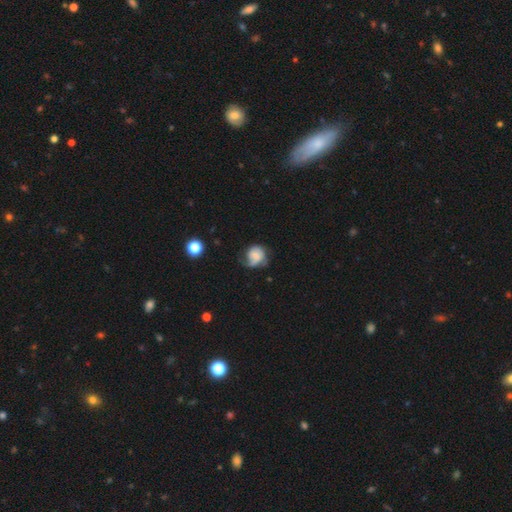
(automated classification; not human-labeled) Q: Smooth or featured?
A: smooth (49%); runner-up: featured or disk (42%)
Q: Merging?
A: none (40%); runner-up: minor disturbance (32%)